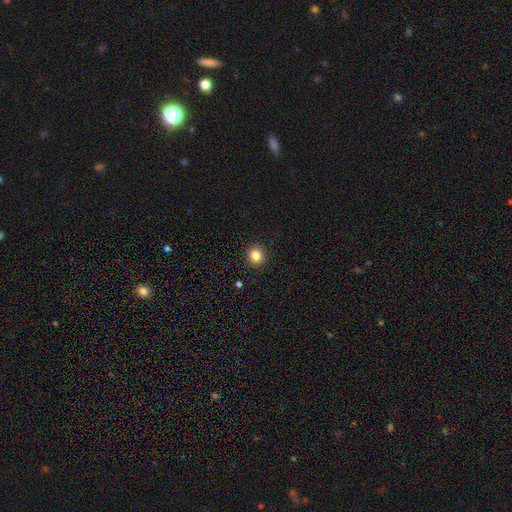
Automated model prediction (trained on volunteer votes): This is clearly a smooth galaxy (85%). How rounded: clearly round (90%). Merging: clearly none (92%).